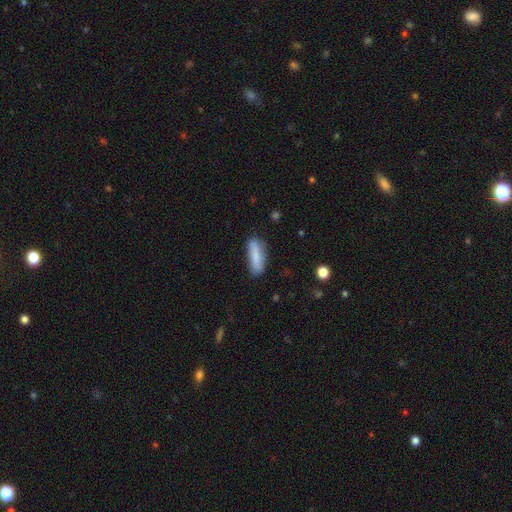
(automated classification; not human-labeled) smooth 80%, featured or disk 14%, star or artifact 6%. Down the decision tree: how rounded — cigar-shaped (55%); merging — none (77%).